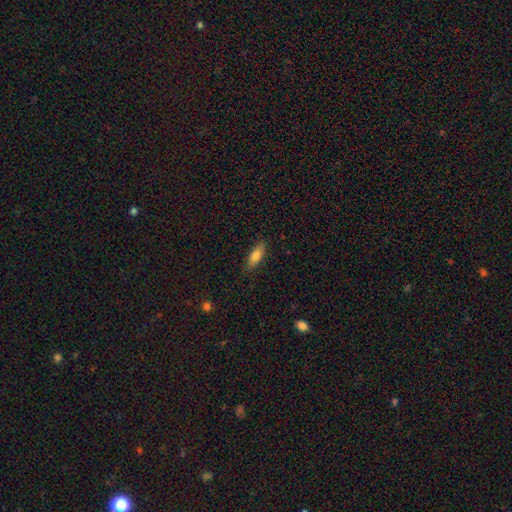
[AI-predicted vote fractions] Morphology: type=smooth (77%); roundness=in between (66%); merging=none (85%).